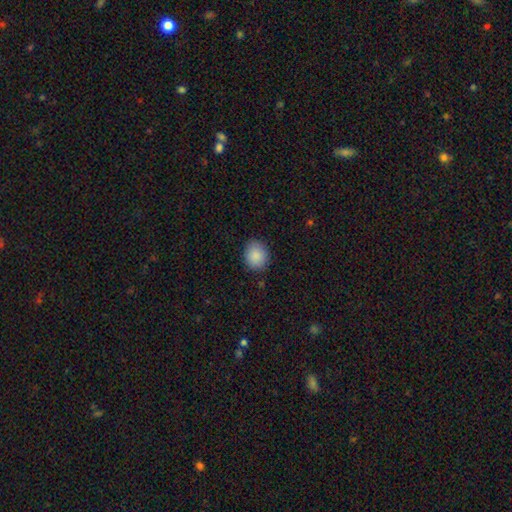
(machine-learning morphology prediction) smooth 88%, star or artifact 8%, featured or disk 4%. Down the decision tree: how rounded — round (67%); merging — none (87%).